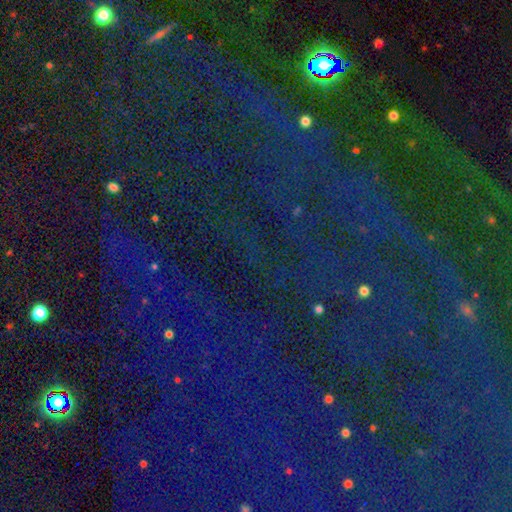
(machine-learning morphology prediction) Smooth or featured?
  - star or artifact: 84% *
  - smooth: 9%
  - featured or disk: 7%